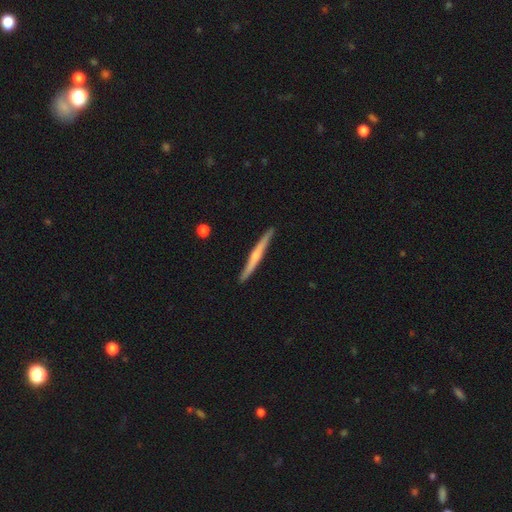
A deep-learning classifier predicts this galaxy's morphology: Smooth or featured? featured or disk (60%)
Edge-on disk? yes (97%)
Edge-on bulge? rounded (58%)
Merging? none (90%)